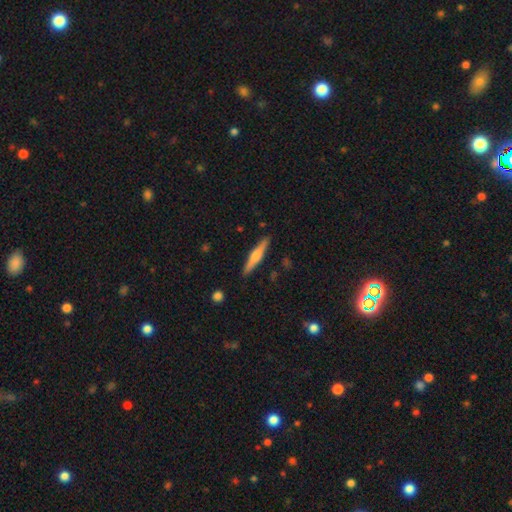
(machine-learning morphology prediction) The model was most divided on "smooth or featured": featured or disk: 56%, smooth: 39%, star or artifact: 6%. More confident: edge-on disk — yes (97%); merging — none (90%); edge-on bulge — rounded (81%).